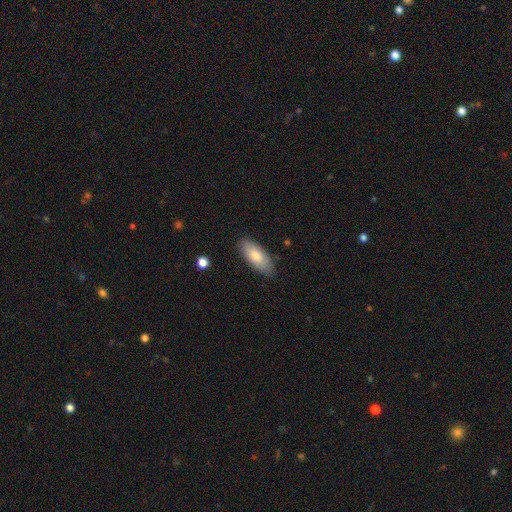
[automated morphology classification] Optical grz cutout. It shows a smooth galaxy with no disk features (80%) that is in between round and cigar-shaped (83%). Merging: none (83%).